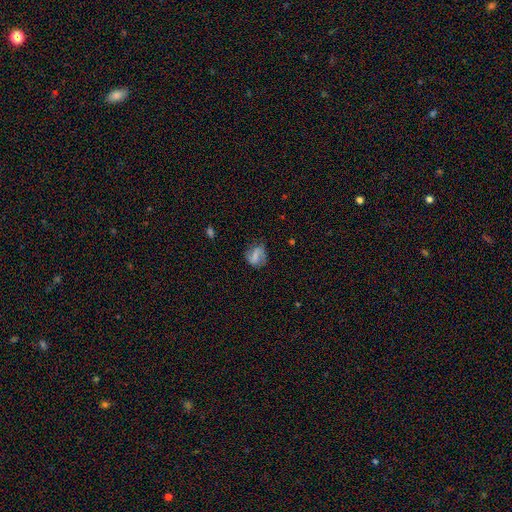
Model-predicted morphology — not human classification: A smooth galaxy with no disk features (46%).

Vote fractions:
- Smooth or featured? smooth: 46% / featured or disk: 45% / star or artifact: 9%
- Merging? none: 63% / minor disturbance: 24% / major disturbance: 11% / merger: 2%